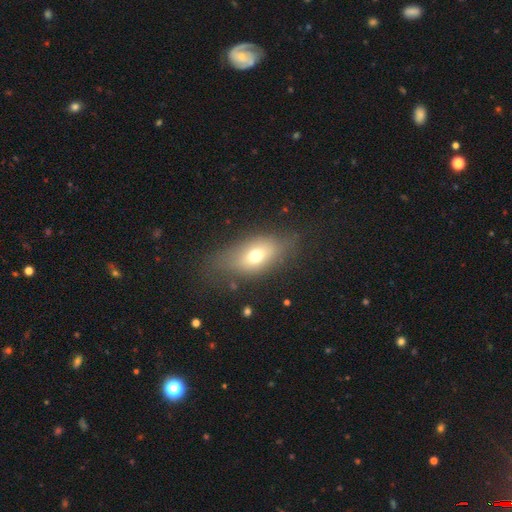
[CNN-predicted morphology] Smooth or featured: smooth — 66% (featured or disk — 23%)
How rounded: in between — 80% (round — 11%)
Merging: none — 68% (minor disturbance — 19%)